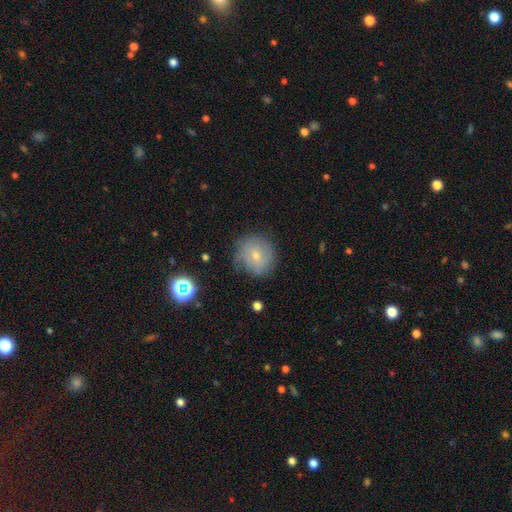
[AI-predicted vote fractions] smooth_or_featured: smooth (p=0.56) [alt: featured or disk p=0.31]
how_rounded: round (p=0.87) [alt: in between p=0.12]
merging: none (p=0.69) [alt: minor disturbance p=0.22]